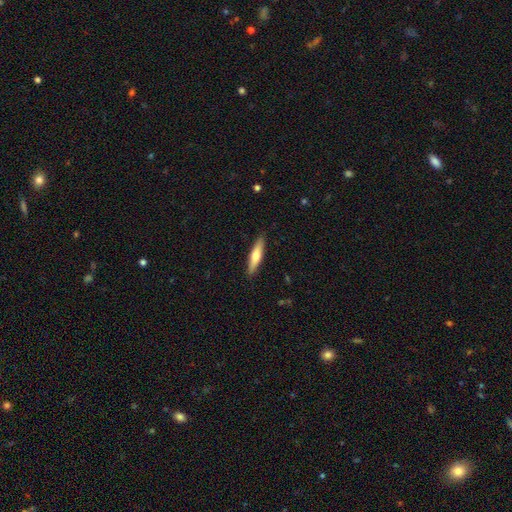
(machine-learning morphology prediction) Smooth or featured: smooth — 59% (featured or disk — 36%)
How rounded: cigar-shaped — 81% (in between — 18%)
Merging: none — 90% (minor disturbance — 8%)